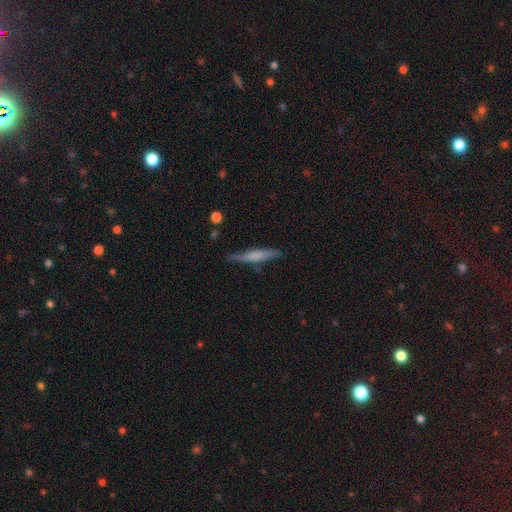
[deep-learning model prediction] This appears to be a smooth galaxy with no disk features (57%) that is cigar-shaped (91%). Merging: none (80%).